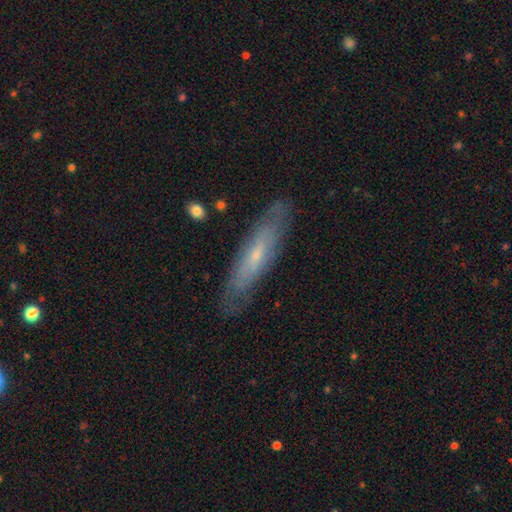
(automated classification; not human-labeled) smooth_or_featured: featured or disk (p=0.55) [alt: smooth p=0.38]
disk_edge_on: yes (p=0.52) [alt: no p=0.48]
merging: none (p=0.82) [alt: minor disturbance p=0.14]